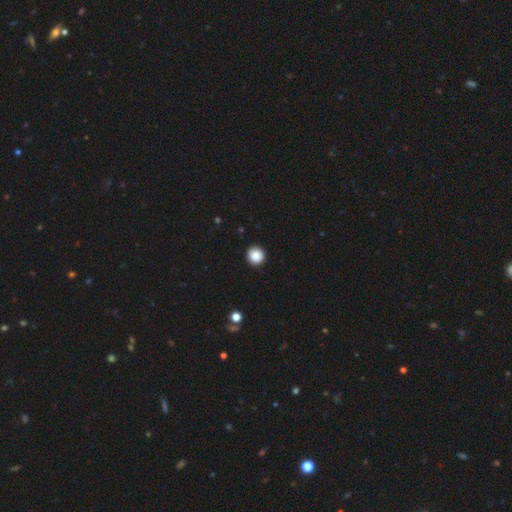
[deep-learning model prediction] Q: Smooth or featured?
A: smooth (87%); runner-up: star or artifact (9%)
Q: How rounded?
A: round (93%); runner-up: in between (6%)
Q: Merging?
A: none (91%); runner-up: minor disturbance (6%)